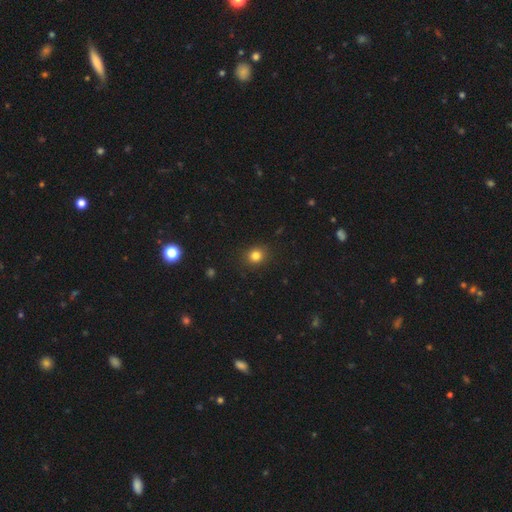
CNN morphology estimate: This is clearly a smooth galaxy (82%). How rounded: likely round (78%). Merging: clearly none (89%).